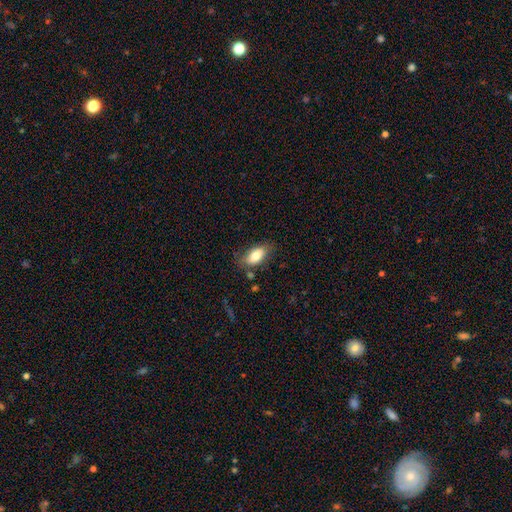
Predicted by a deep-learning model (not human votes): smooth_or_featured: smooth (p=0.79) [alt: featured or disk p=0.14]
how_rounded: in between (p=0.90) [alt: cigar-shaped p=0.06]
merging: none (p=0.74) [alt: minor disturbance p=0.18]